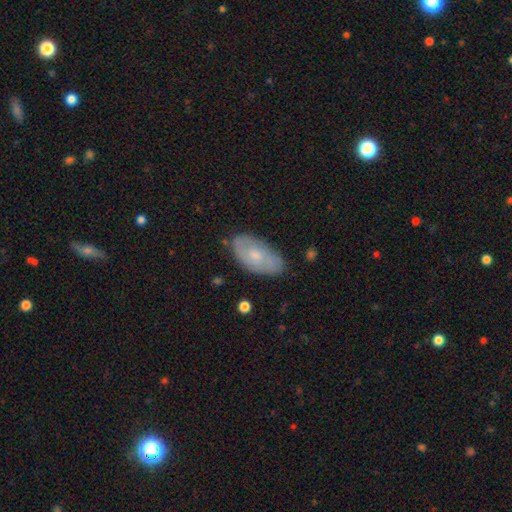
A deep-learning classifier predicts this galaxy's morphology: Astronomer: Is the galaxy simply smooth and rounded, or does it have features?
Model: smooth — 56% (runner-up: featured or disk, 38%).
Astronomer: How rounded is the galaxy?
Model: in between — 93%.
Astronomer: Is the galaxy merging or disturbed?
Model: none — 74%.